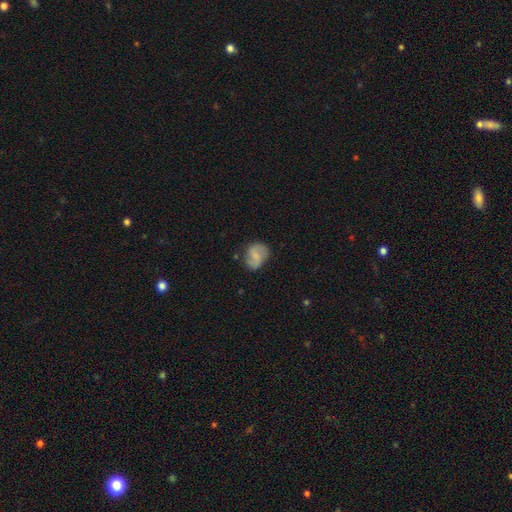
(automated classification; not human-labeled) Smooth or featured? Predicted: featured or disk (p=0.47). Merging? Predicted: none (p=0.67).